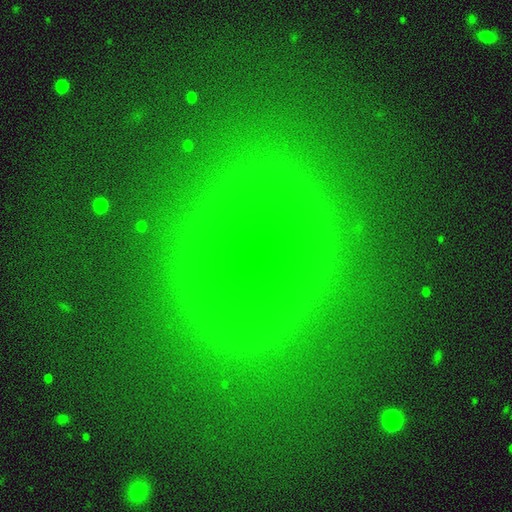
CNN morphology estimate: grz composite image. It shows a smooth galaxy with no disk features (60%) that is round (66%). Merging: none (86%).